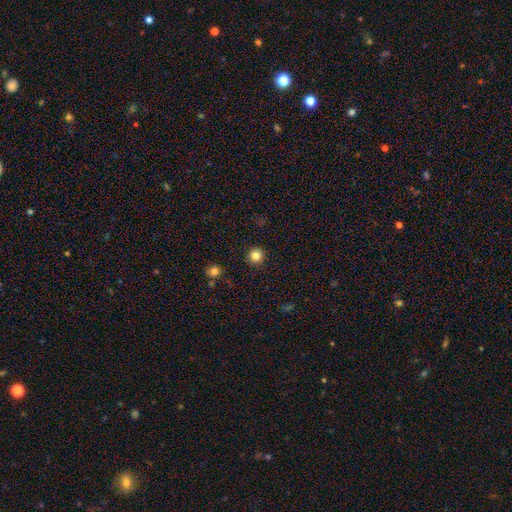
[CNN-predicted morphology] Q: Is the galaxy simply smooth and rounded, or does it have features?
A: smooth — 83%.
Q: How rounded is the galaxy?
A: round — 95%.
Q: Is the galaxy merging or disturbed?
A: none — 92%.